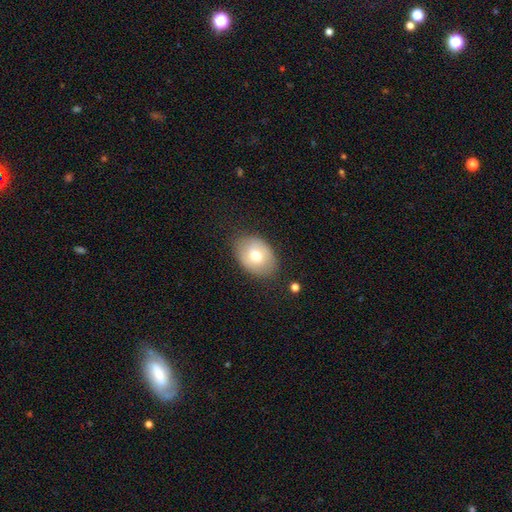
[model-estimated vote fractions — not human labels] Morphology: type=smooth (69%); roundness=in between (75%); merging=none (81%).